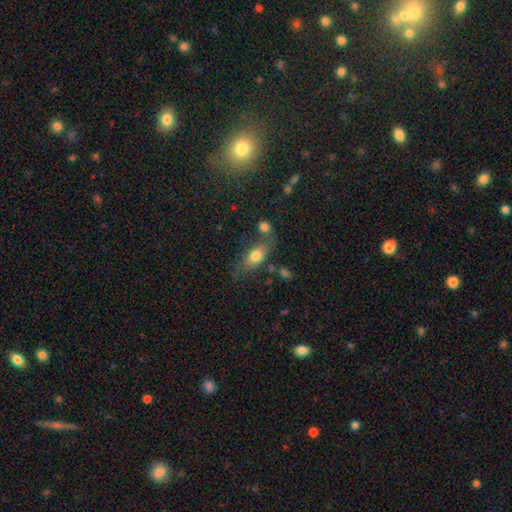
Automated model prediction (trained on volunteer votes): Smooth or featured? Predicted: smooth (p=0.74). How rounded? Predicted: in between (p=0.79). Merging? Predicted: none (p=0.56).